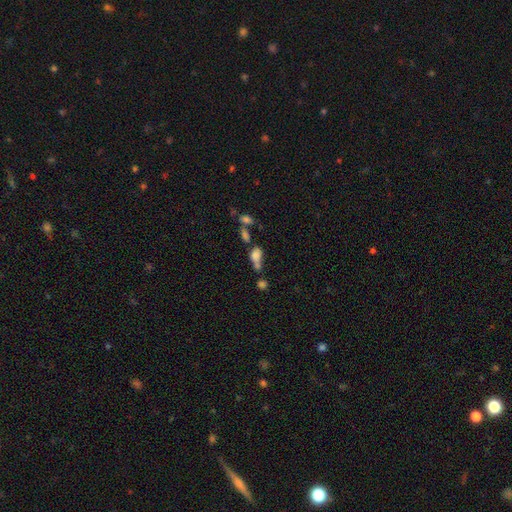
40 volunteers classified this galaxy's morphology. Smooth or featured: smooth — 78% (featured or disk — 15%)
How rounded: in between — 48% (round — 32%)
Merging: merger — 49% (none — 24%)